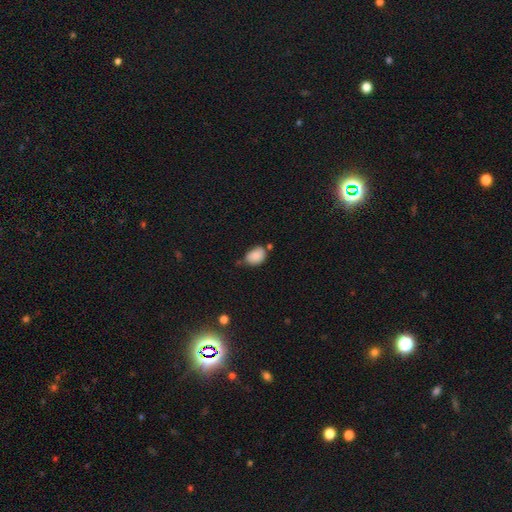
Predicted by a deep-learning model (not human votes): Smooth or featured? Predicted: smooth (p=0.86). How rounded? Predicted: in between (p=0.75). Merging? Predicted: none (p=0.54).